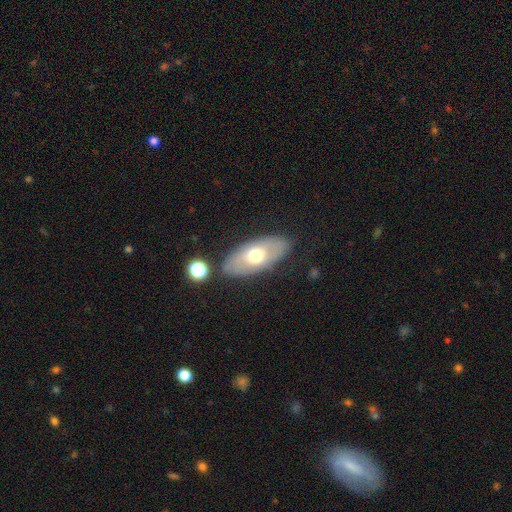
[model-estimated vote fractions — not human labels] Overall: smooth (54%; featured or disk 39%). How rounded: in between (88%). Merging: none (80%).